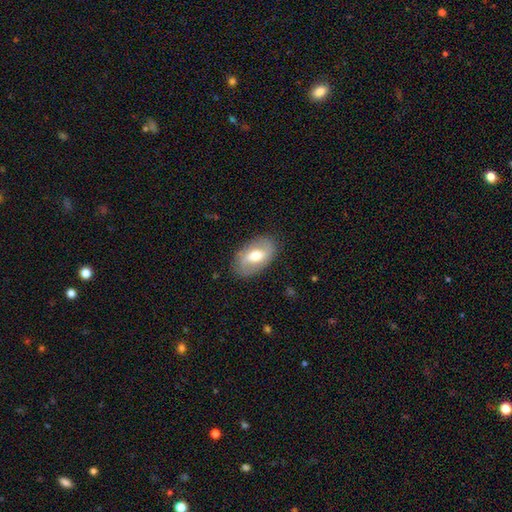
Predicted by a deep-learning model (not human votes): Overall: smooth (53%; featured or disk 41%). How rounded: in between (92%). Merging: none (82%).